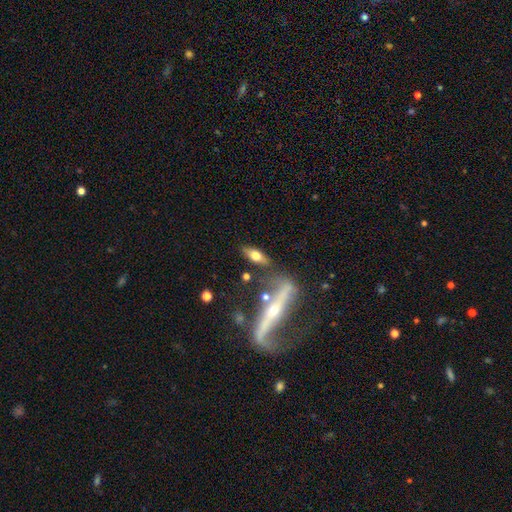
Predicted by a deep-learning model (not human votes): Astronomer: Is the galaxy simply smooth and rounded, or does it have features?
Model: smooth — 54% (runner-up: featured or disk, 38%).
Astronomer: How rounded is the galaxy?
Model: in between — 63%.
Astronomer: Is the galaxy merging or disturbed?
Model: none — 72%.